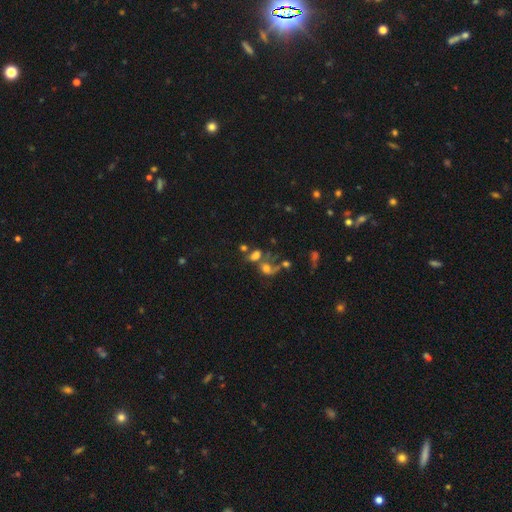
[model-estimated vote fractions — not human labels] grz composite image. It shows a smooth galaxy with no disk features (58%) that is in between round and cigar-shaped (69%). Merging: merger (51%).